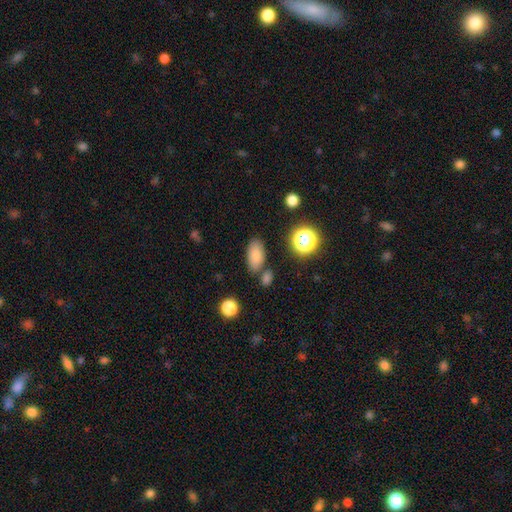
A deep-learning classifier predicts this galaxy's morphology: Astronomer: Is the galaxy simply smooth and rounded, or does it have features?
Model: smooth — 81%.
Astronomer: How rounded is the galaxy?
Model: in between — 90%.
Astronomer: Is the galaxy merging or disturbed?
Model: none — 75%.